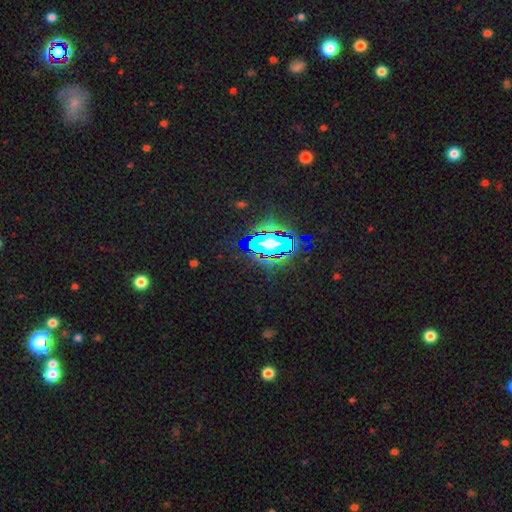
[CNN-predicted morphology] A star or artifact, not a galaxy (82%).

Vote fractions:
- Smooth or featured? star or artifact: 82% / smooth: 10% / featured or disk: 7%